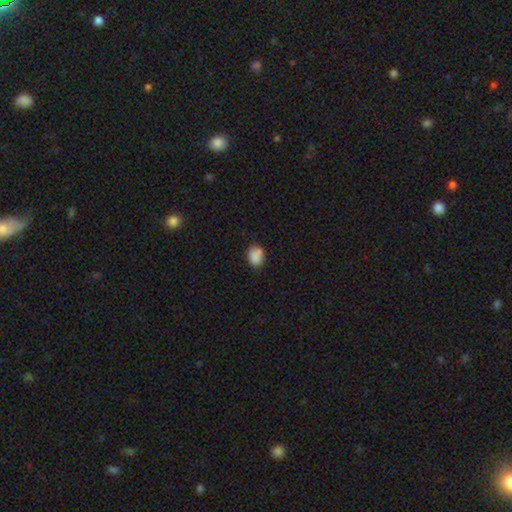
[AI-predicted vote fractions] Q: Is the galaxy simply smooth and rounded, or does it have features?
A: smooth — 85%.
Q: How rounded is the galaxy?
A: in between — 63%.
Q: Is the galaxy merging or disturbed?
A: none — 71%.